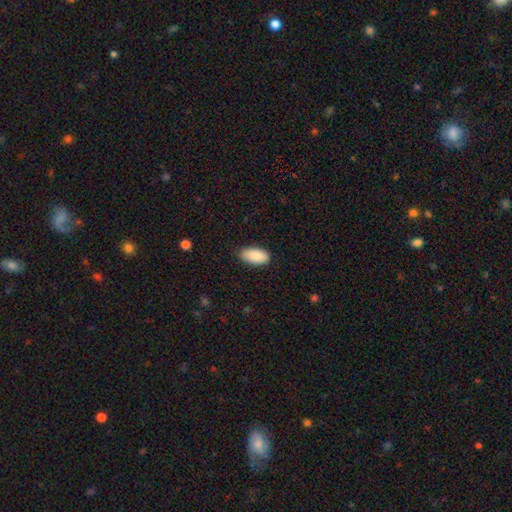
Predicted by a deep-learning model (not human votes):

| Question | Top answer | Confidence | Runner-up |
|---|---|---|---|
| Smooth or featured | smooth | 89% | star or artifact (6%) |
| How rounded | in between | 94% | cigar-shaped (4%) |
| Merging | none | 82% | minor disturbance (15%) |